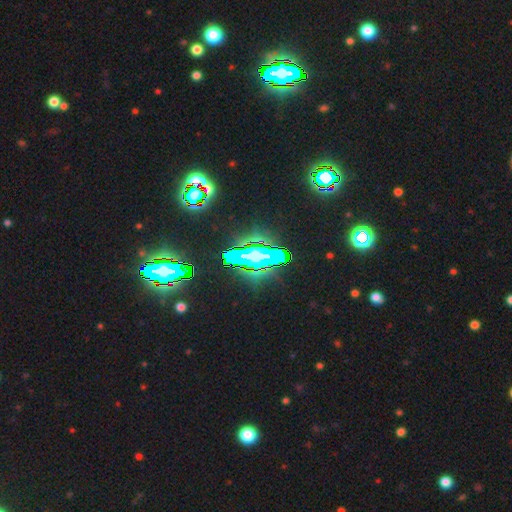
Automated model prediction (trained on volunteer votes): Smooth or featured? star or artifact (64%)